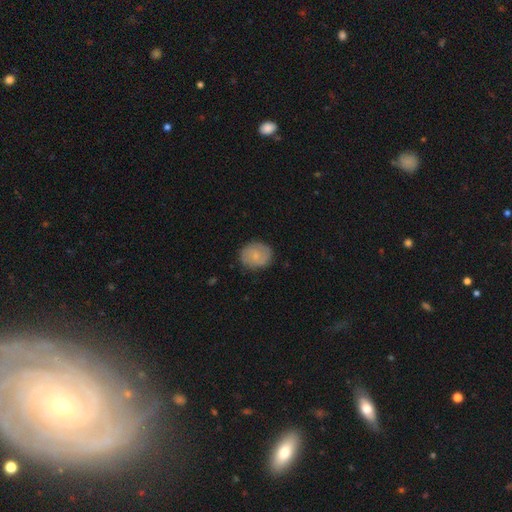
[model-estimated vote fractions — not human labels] smooth 63%, featured or disk 30%, star or artifact 7%. Down the decision tree: how rounded — round (70%); merging — none (82%).